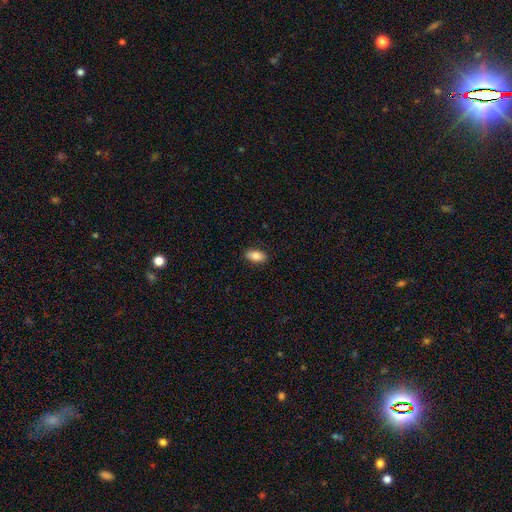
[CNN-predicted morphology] Smooth or featured? smooth (83%)
How rounded? in between (90%)
Merging? none (89%)